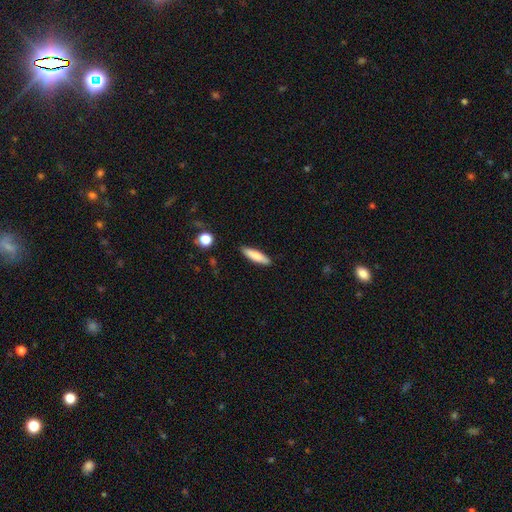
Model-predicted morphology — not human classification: A smooth galaxy with no disk features (80%) that is cigar-shaped (73%). Merging: none (87%).